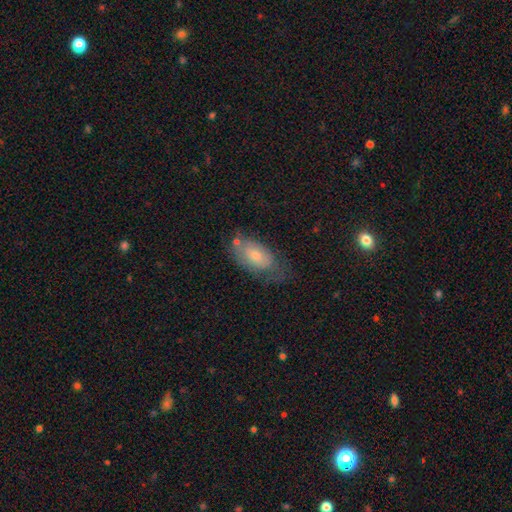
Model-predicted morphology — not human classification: A smooth galaxy with no disk features (66%) that is in between round and cigar-shaped (91%).

Vote fractions:
- Smooth or featured? smooth: 66% / featured or disk: 26% / star or artifact: 8%
- How rounded? in between: 91% / round: 5% / cigar-shaped: 3%
- Merging? none: 47% / minor disturbance: 32% / major disturbance: 16% / merger: 6%